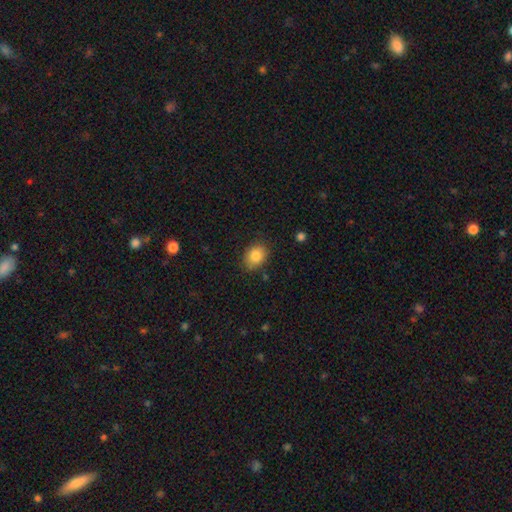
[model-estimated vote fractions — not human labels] A smooth galaxy with no disk features (84%) that is in between round and cigar-shaped (61%).

Vote fractions:
- Smooth or featured? smooth: 84% / star or artifact: 9% / featured or disk: 7%
- How rounded? in between: 61% / round: 38% / cigar-shaped: 1%
- Merging? none: 80% / minor disturbance: 15% / major disturbance: 3% / merger: 1%